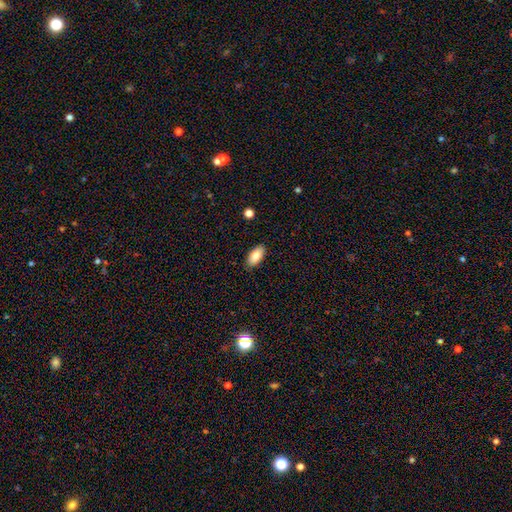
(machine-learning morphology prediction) This appears to be a smooth galaxy with no disk features (83%) that is in between round and cigar-shaped (93%). Merging: none (88%).